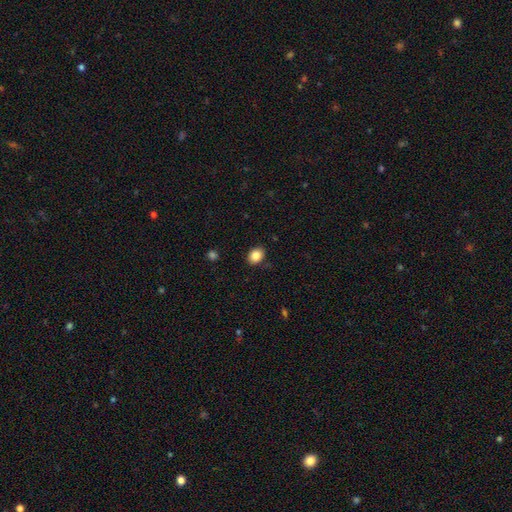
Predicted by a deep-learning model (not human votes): A smooth galaxy with no disk features (85%) that is in between round and cigar-shaped (58%). Merging: none (88%).